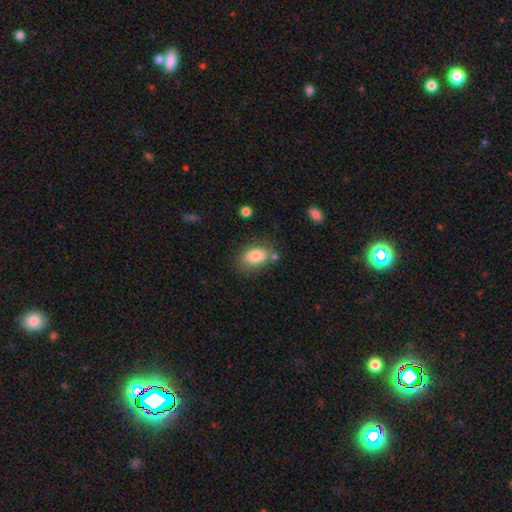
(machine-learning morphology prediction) A smooth galaxy with no disk features (81%) that is in between round and cigar-shaped (85%). Merging: none (66%).